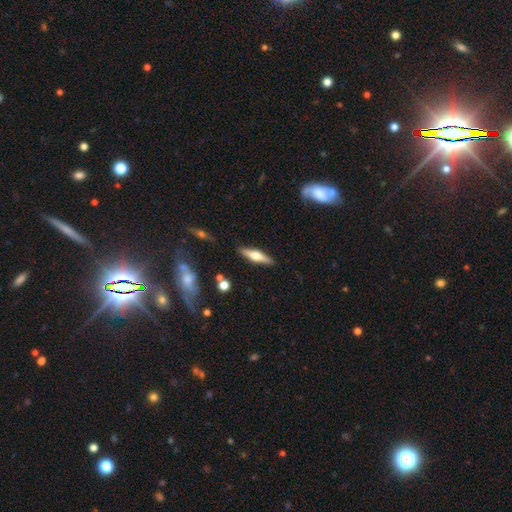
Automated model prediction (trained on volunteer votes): The model was most divided on "smooth or featured": featured or disk: 54%, smooth: 40%, star or artifact: 6%. More confident: edge-on disk — yes (94%); edge-on bulge — rounded (89%); merging — none (87%).